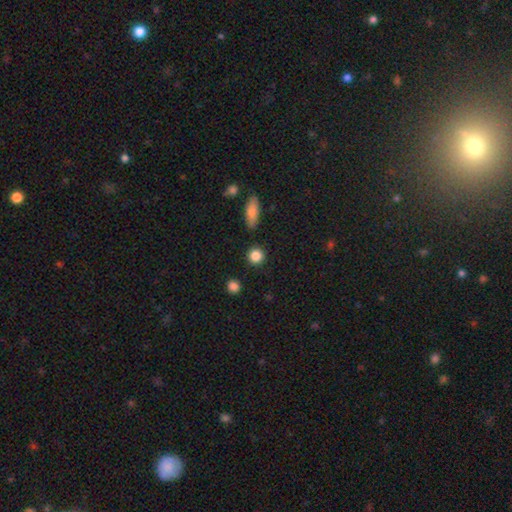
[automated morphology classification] Q: Smooth or featured?
A: smooth (87%); runner-up: star or artifact (9%)
Q: How rounded?
A: round (91%); runner-up: in between (7%)
Q: Merging?
A: none (89%); runner-up: minor disturbance (6%)